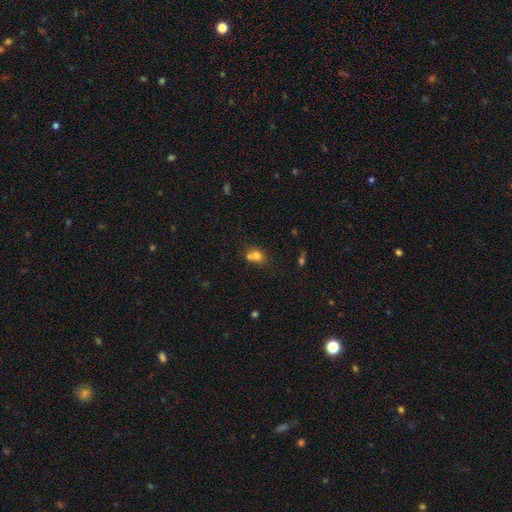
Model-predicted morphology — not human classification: A smooth galaxy with no disk features (74%) that is round (64%). Merging: merger (45%).